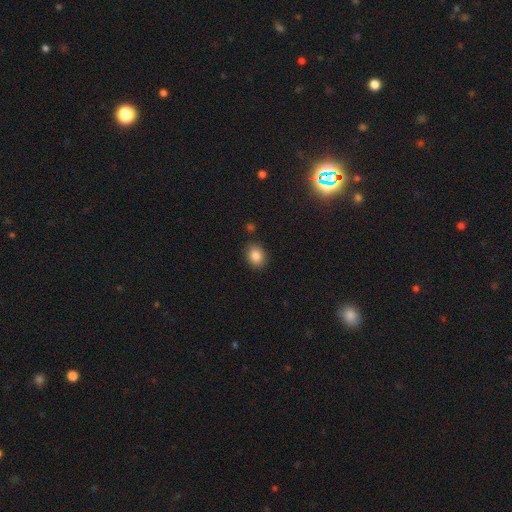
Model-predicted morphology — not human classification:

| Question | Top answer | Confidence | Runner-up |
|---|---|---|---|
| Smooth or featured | smooth | 85% | star or artifact (10%) |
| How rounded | round | 53% | in between (46%) |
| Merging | none | 85% | minor disturbance (10%) |